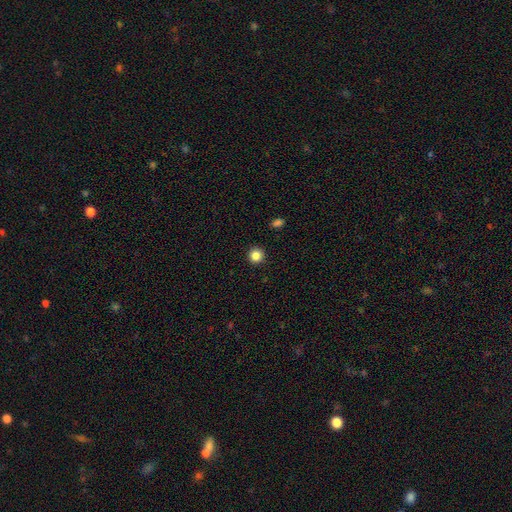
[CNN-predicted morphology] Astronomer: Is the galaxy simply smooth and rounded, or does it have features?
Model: smooth — 85%.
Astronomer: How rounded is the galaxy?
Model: round — 95%.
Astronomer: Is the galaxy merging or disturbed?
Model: none — 93%.